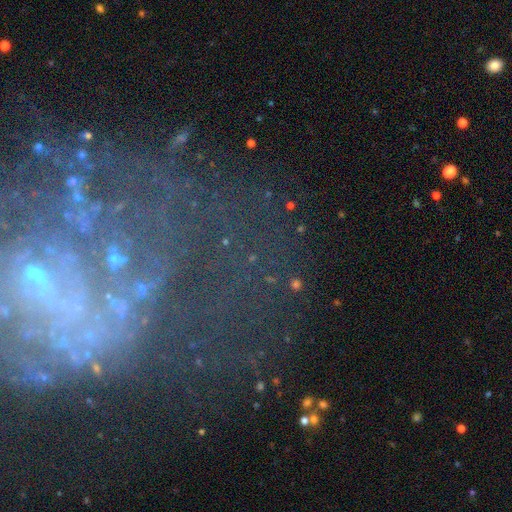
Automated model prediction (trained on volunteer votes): Smooth or featured? featured or disk (63%)
Edge-on disk? no (97%)
Bar? no (70%)
Spiral arms? no (53%)
Bulge size? none (45%)
Merging? none (43%)